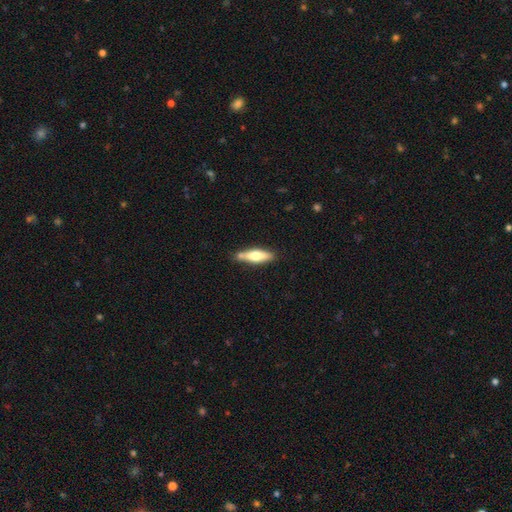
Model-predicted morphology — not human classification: Q: Smooth or featured?
A: smooth (60%); runner-up: featured or disk (34%)
Q: How rounded?
A: cigar-shaped (60%); runner-up: in between (38%)
Q: Merging?
A: none (72%); runner-up: minor disturbance (16%)